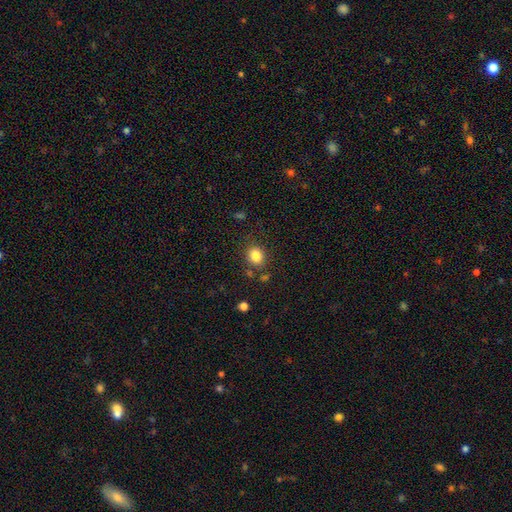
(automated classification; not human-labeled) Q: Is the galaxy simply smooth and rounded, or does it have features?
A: smooth — 83%.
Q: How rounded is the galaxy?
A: round — 66%.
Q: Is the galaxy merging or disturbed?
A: none — 79%.